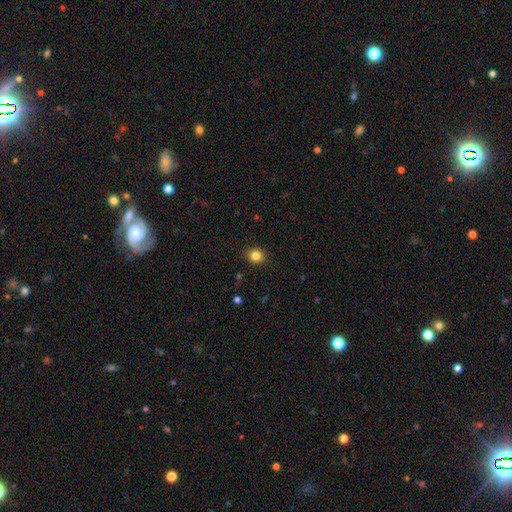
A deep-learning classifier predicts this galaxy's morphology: A smooth galaxy with no disk features (83%) that is round (79%).

Vote fractions:
- Smooth or featured? smooth: 83% / star or artifact: 12% / featured or disk: 6%
- How rounded? round: 79% / in between: 20% / cigar-shaped: 1%
- Merging? none: 90% / minor disturbance: 7% / major disturbance: 2% / merger: 1%